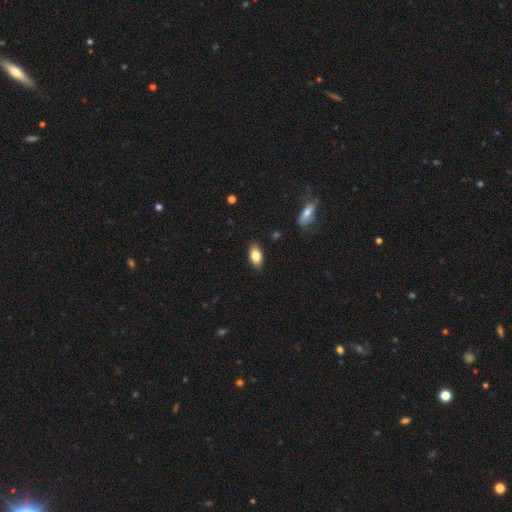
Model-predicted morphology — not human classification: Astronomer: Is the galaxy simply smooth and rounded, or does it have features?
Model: smooth — 83%.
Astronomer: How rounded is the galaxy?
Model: in between — 92%.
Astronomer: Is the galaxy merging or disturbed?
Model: none — 86%.